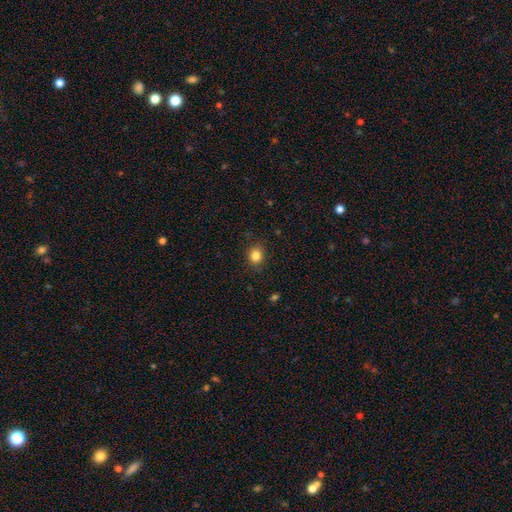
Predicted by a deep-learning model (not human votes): This appears to be a smooth galaxy with no disk features (84%) that is round (74%). Merging: none (87%).